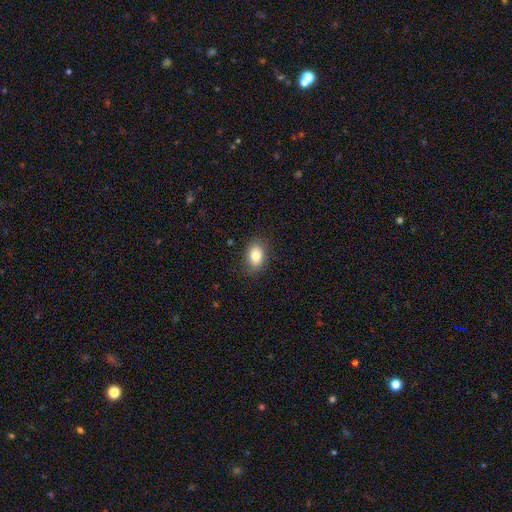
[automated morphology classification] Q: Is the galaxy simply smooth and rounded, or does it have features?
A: smooth — 82%.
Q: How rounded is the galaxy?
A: in between — 83%.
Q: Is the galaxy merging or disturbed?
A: none — 86%.